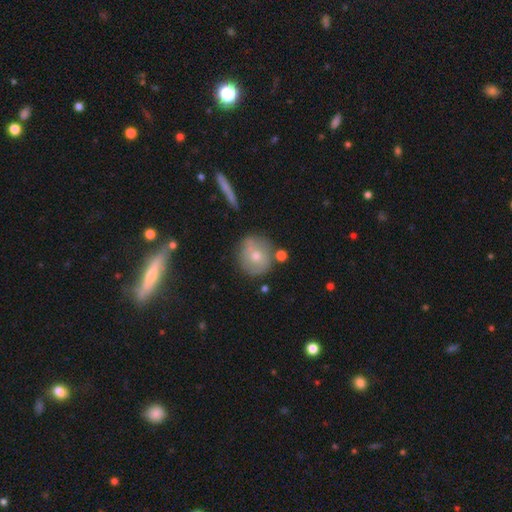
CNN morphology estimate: A smooth galaxy with no disk features (64%) that is round (89%).

Vote fractions:
- Smooth or featured? smooth: 64% / featured or disk: 27% / star or artifact: 9%
- How rounded? round: 89% / in between: 9% / cigar-shaped: 1%
- Merging? none: 72% / minor disturbance: 15% / merger: 9% / major disturbance: 4%